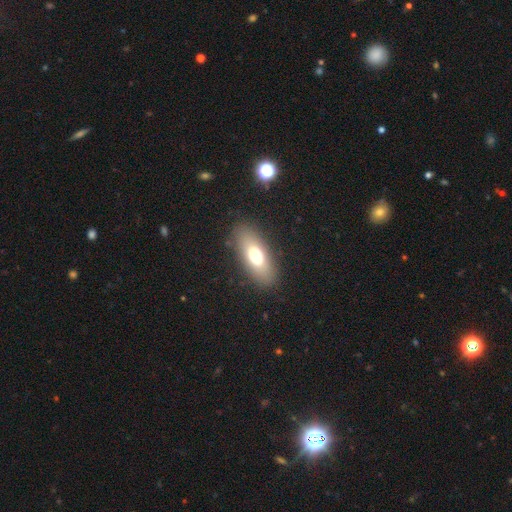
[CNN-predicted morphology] A smooth galaxy with no disk features (70%) that is in between round and cigar-shaped (81%).

Vote fractions:
- Smooth or featured? smooth: 70% / featured or disk: 21% / star or artifact: 9%
- How rounded? in between: 81% / cigar-shaped: 15% / round: 4%
- Merging? none: 86% / minor disturbance: 10% / major disturbance: 4% / merger: 1%